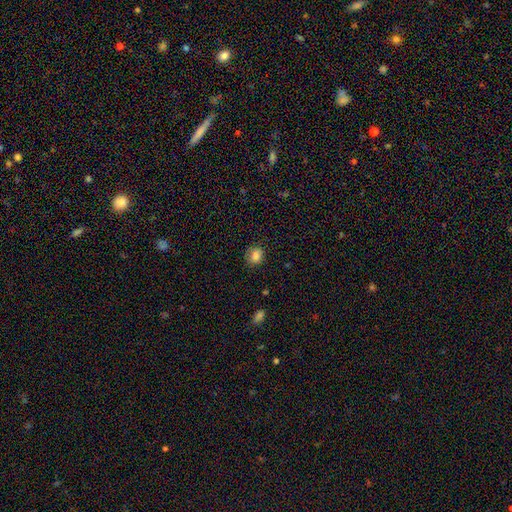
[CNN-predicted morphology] This appears to be a smooth galaxy with no disk features (84%) that is round (72%). Merging: none (74%).